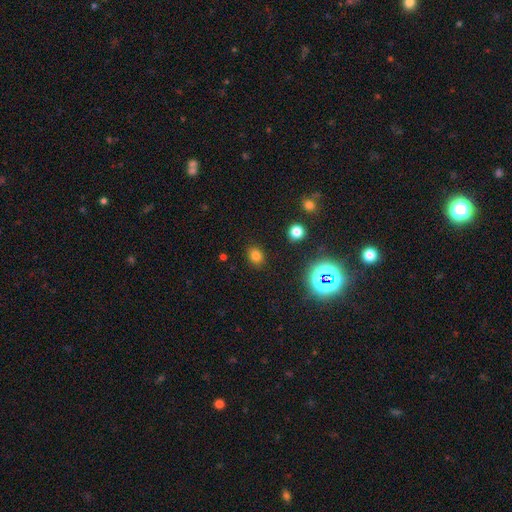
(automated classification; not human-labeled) Smooth or featured? Predicted: smooth (p=0.75). How rounded? Predicted: round (p=0.56). Merging? Predicted: none (p=0.87).